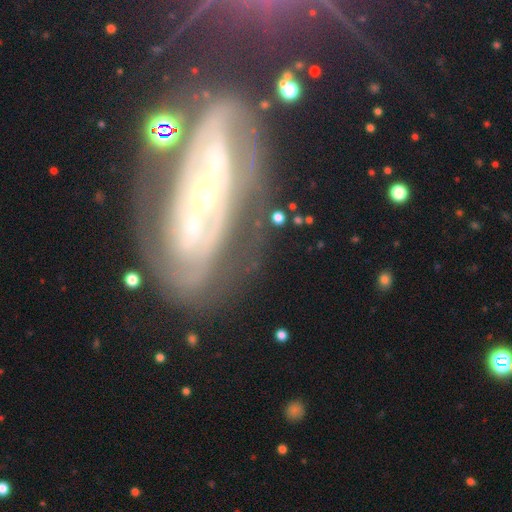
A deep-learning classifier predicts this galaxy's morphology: Overall: featured or disk (84%). Edge-on disk: no (89%). Bar: no (56%; weak 23%). Spiral arms: yes (88%). Spiral arm count: can't tell (37%; 2 36%). Spiral winding: tight (68%). Bulge size: small (73%). Merging: none (70%).